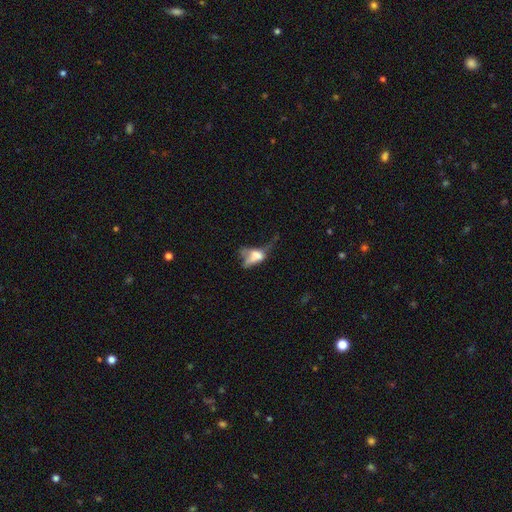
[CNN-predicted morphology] This appears to be a smooth galaxy with no disk features (45%). Merging: major disturbance (44%).